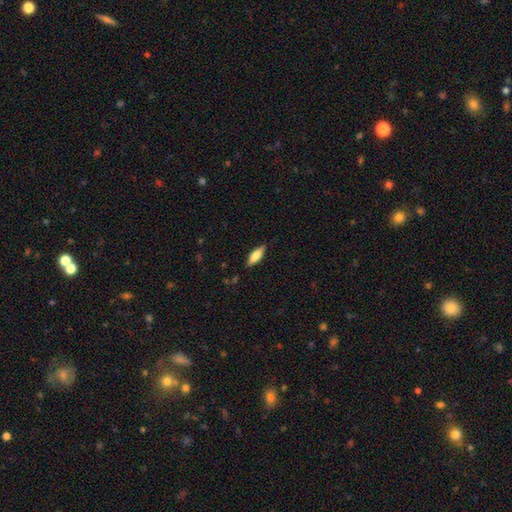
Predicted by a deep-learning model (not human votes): A smooth galaxy with no disk features (71%) that is in between round and cigar-shaped (60%). Merging: none (83%).